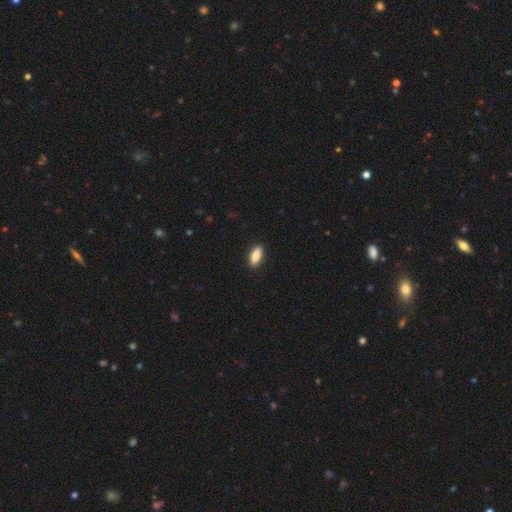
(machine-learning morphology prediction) Smooth or featured?
  - smooth: 81% *
  - featured or disk: 12%
  - star or artifact: 6%
How rounded?
  - in between: 76% *
  - cigar-shaped: 21%
  - round: 3%
Merging?
  - none: 90% *
  - minor disturbance: 7%
  - major disturbance: 2%
  - merger: 1%